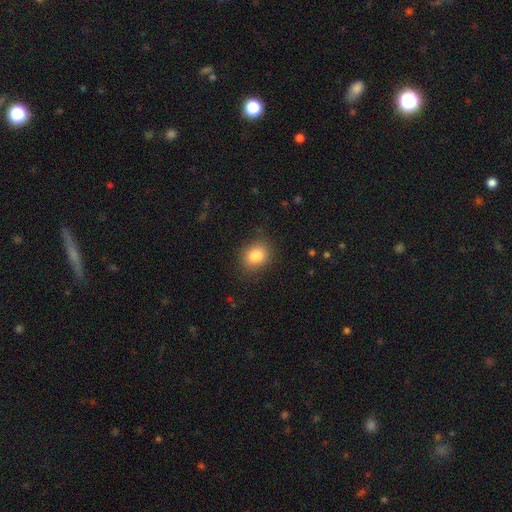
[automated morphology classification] A smooth galaxy with no disk features (84%) that is round (58%). Merging: none (85%).